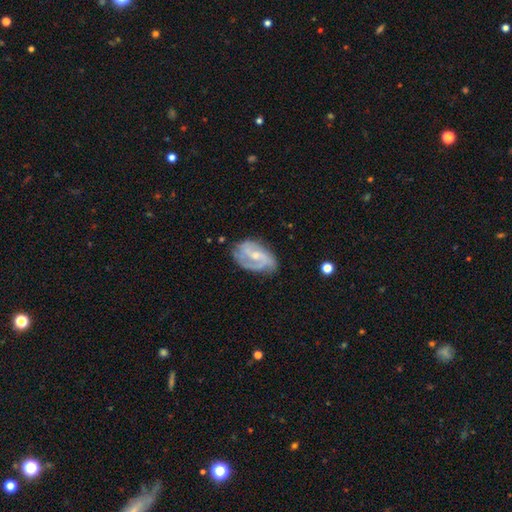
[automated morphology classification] Smooth or featured? featured or disk (82%)
Edge-on disk? no (97%)
Bar? weak (47%)
Spiral arms? yes (93%)
Spiral winding? medium (46%)
Spiral arm count? 2 (61%)
Bulge size? small (57%)
Merging? none (63%)